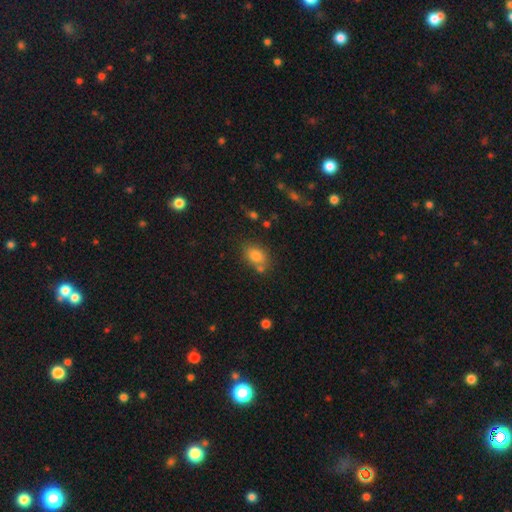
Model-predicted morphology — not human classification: A smooth galaxy with no disk features (82%) that is in between round and cigar-shaped (72%).

Vote fractions:
- Smooth or featured? smooth: 82% / star or artifact: 10% / featured or disk: 8%
- How rounded? in between: 72% / round: 27% / cigar-shaped: 1%
- Merging? none: 64% / minor disturbance: 16% / merger: 15% / major disturbance: 5%